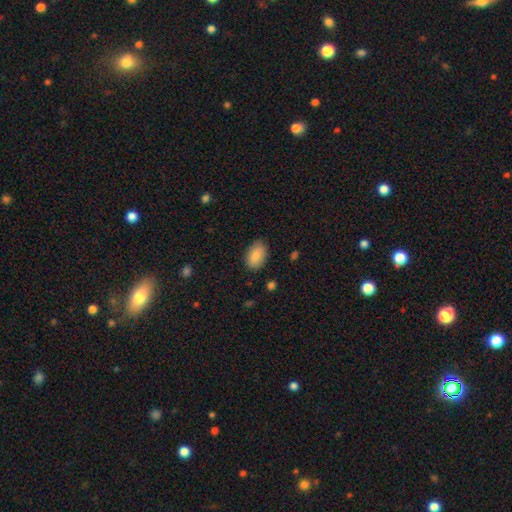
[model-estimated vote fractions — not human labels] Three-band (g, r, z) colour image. It shows a smooth galaxy with no disk features (85%) that is in between round and cigar-shaped (91%). Merging: none (85%).